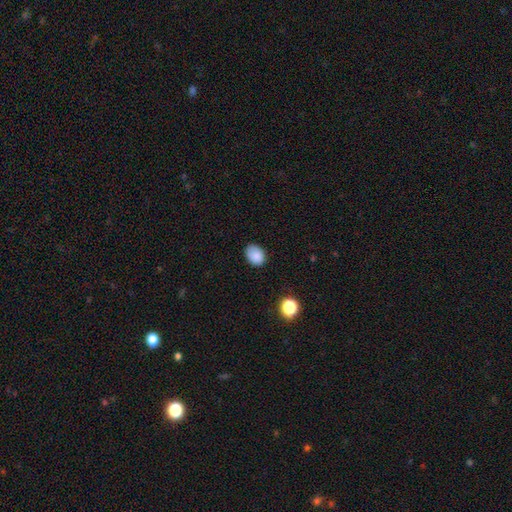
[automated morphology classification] smooth 86%, star or artifact 9%, featured or disk 5%. Down the decision tree: how rounded — in between (66%); merging — none (77%).